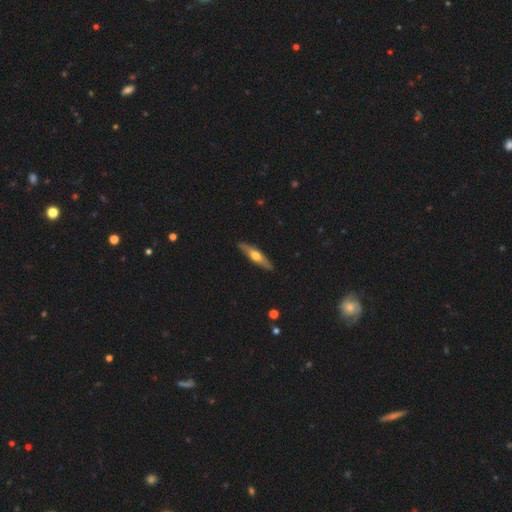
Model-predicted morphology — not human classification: Smooth or featured? featured or disk (54%)
Edge-on disk? yes (87%)
Merging? none (89%)